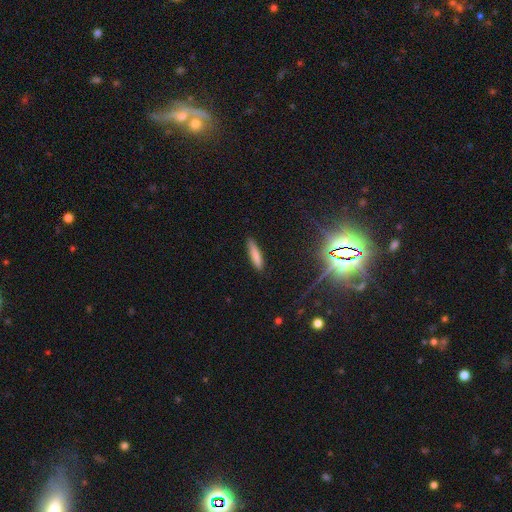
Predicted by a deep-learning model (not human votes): smooth-or-featured: smooth: 80% | featured or disk: 11% | star or artifact: 9%
  how-rounded: cigar-shaped: 83% | in between: 15% | round: 1%
  merging: none: 87% | minor disturbance: 10% | major disturbance: 2% | merger: 1%